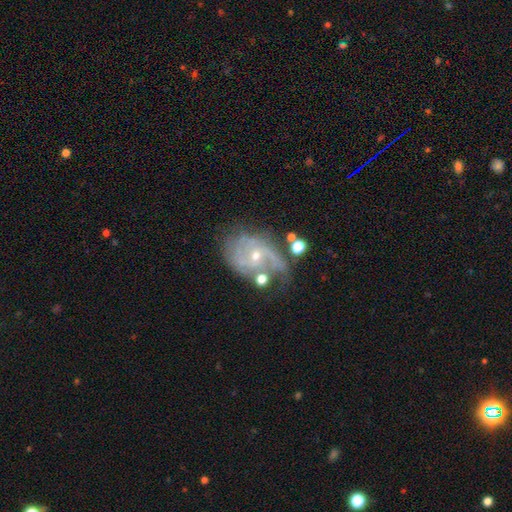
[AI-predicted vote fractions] Overall: featured or disk (81%). Edge-on disk: no (97%). Bar: no (58%; weak 34%). Spiral arms: yes (91%). Spiral arm count: 2 (49%; can't tell 24%). Spiral winding: medium (43%; tight 31%). Bulge size: small (67%; moderate 29%). Merging: none (47%; minor disturbance 25%).